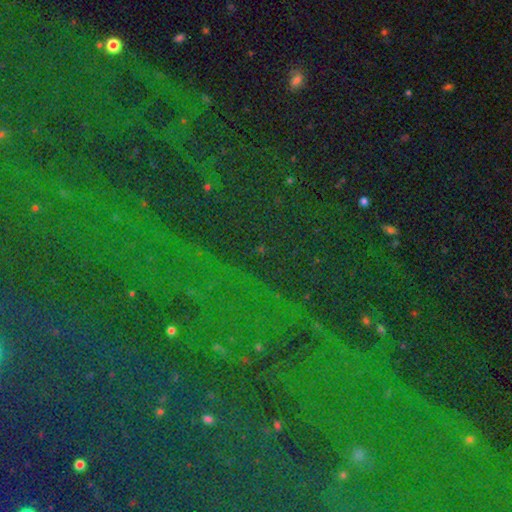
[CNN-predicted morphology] Smooth or featured? star or artifact (83%)